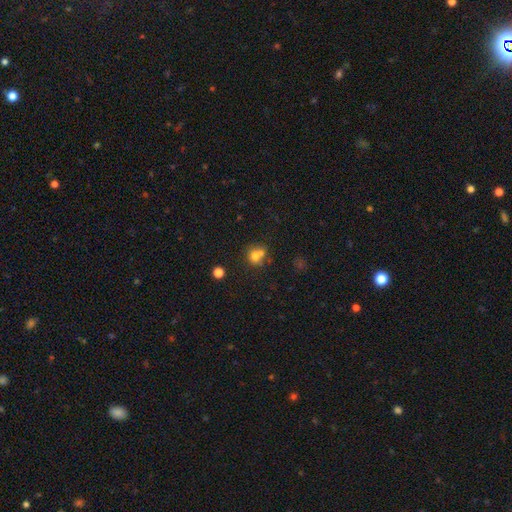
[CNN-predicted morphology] Smooth or featured? smooth (72%)
How rounded? round (76%)
Merging? merger (44%)